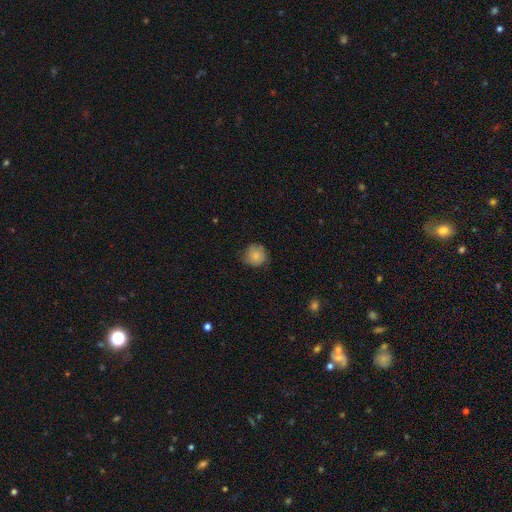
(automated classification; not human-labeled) Smooth or featured: smooth — 83% (featured or disk — 9%)
How rounded: round — 89% (in between — 10%)
Merging: none — 73% (minor disturbance — 22%)